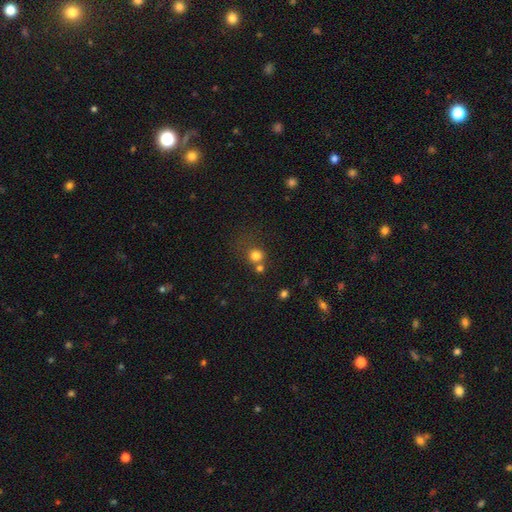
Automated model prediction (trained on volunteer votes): This is likely a smooth galaxy (77%). How rounded: clearly round (85%). Merging: possibly none (53%).